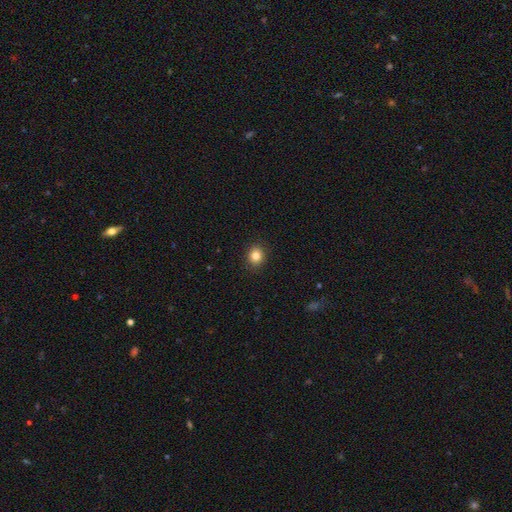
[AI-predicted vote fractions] Smooth or featured: smooth — 84% (star or artifact — 11%)
How rounded: round — 71% (in between — 28%)
Merging: none — 91% (minor disturbance — 6%)